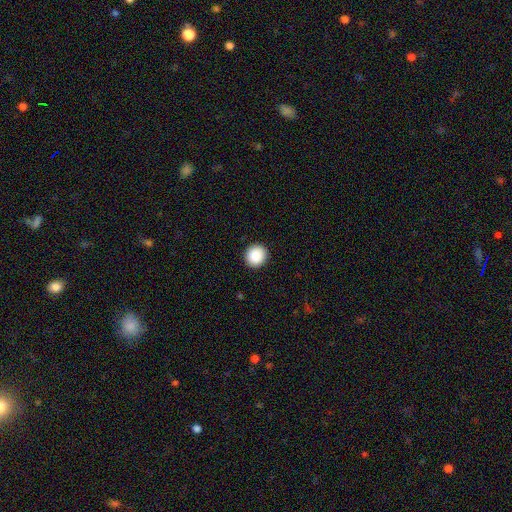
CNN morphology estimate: Smooth or featured: smooth — 89% (star or artifact — 8%)
How rounded: round — 93% (in between — 6%)
Merging: none — 93% (minor disturbance — 5%)